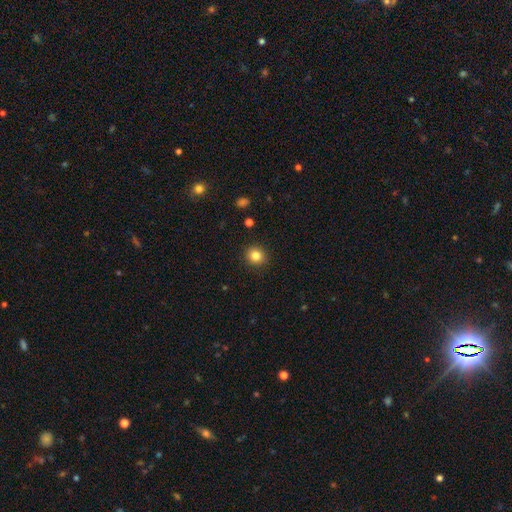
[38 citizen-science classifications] This is clearly a smooth galaxy (82%). How rounded: clearly round (94%). Merging: clearly none (97%).